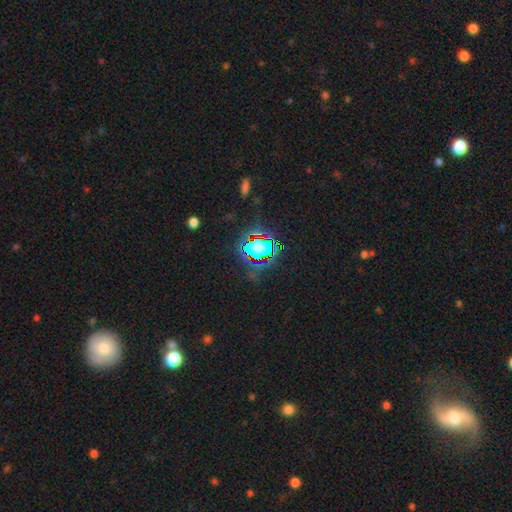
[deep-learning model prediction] Q: Smooth or featured?
A: star or artifact (73%); runner-up: smooth (15%)